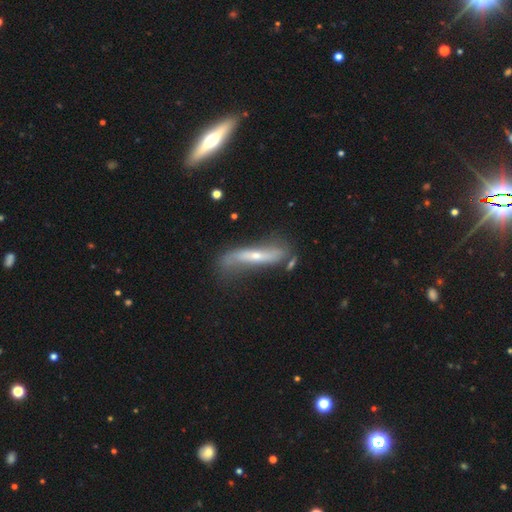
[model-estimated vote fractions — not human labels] featured or disk 70%, smooth 23%, star or artifact 7%. Down the decision tree: edge-on disk — no (50%, tied with yes); merging — none (52%).